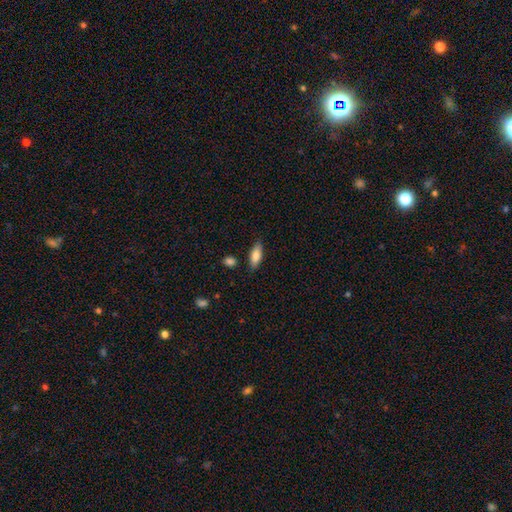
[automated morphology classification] Overall: smooth (81%). How rounded: in between (72%). Merging: none (81%).